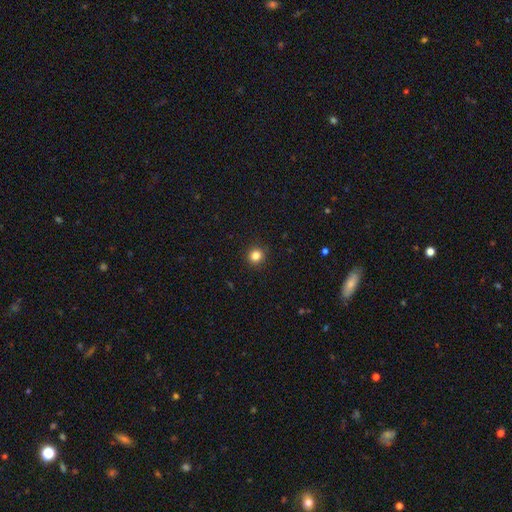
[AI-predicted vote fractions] smooth 83%, star or artifact 12%, featured or disk 4%. Down the decision tree: how rounded — round (92%); merging — none (93%).